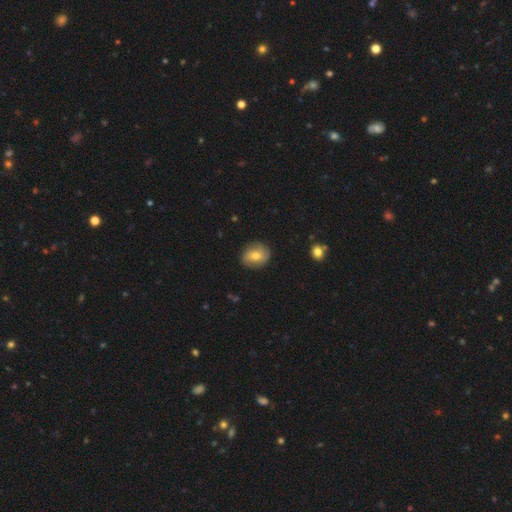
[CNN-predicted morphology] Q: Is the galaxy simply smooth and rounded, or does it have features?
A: smooth — 57%.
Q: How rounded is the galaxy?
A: round — 66%.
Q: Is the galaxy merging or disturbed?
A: none — 83%.